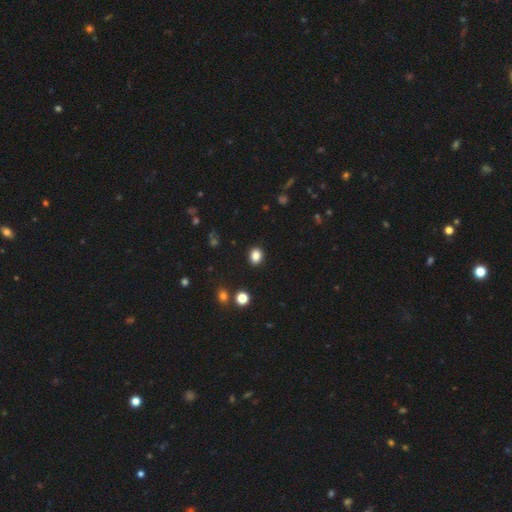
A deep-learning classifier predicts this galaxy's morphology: The model was most divided on "how rounded": in between: 52%, round: 47%, cigar-shaped: 1%. More confident: merging — none (89%); smooth or featured — smooth (85%).